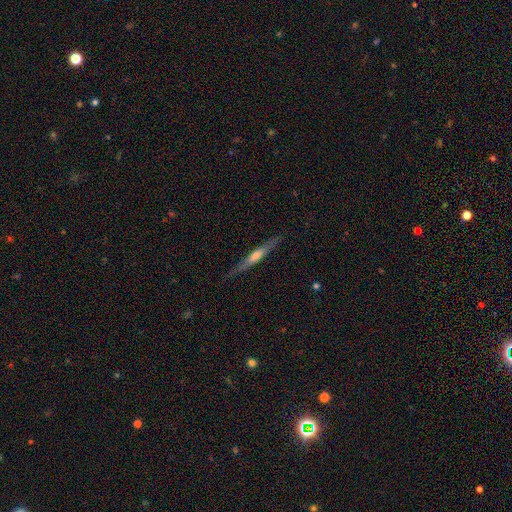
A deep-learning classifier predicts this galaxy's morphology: type=featured or disk (59%); edge-on=yes (95%); edge-on bulge=rounded (57%); merging=none (84%).